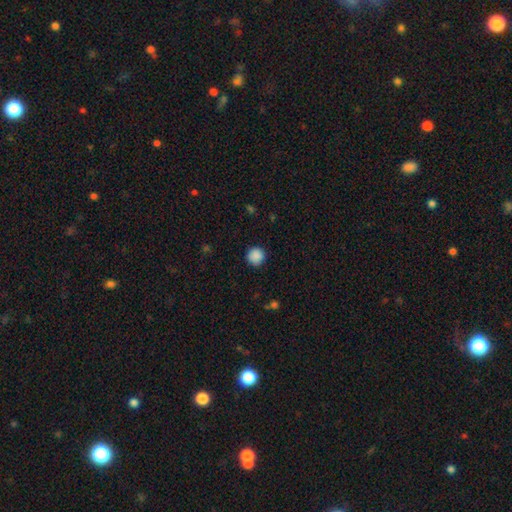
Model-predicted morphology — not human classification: This is clearly a smooth galaxy (88%). How rounded: clearly round (94%). Merging: clearly none (87%).